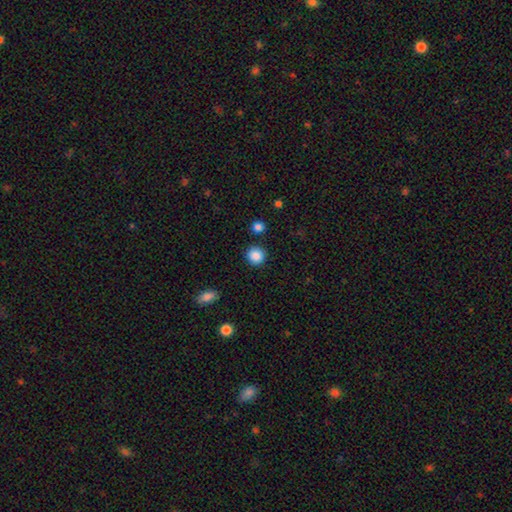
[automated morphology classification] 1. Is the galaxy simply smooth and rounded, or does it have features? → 88% smooth, 9% star or artifact, 3% featured or disk.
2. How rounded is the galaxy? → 93% round, 6% in between, 1% cigar-shaped.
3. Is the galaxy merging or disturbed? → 89% none, 6% minor disturbance, 2% merger, 2% major disturbance.